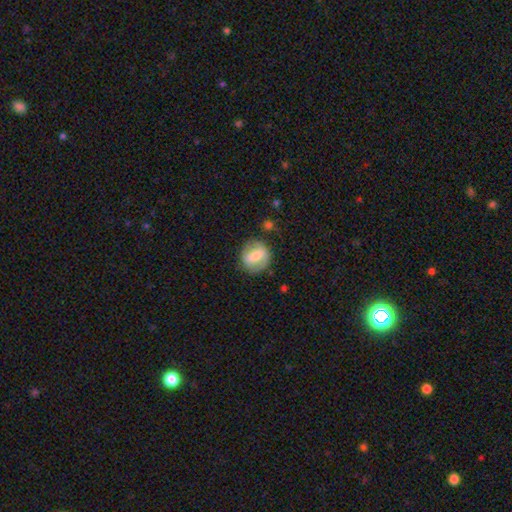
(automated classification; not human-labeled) smooth-or-featured: smooth: 56% | featured or disk: 37% | star or artifact: 7%
  how-rounded: round: 77% | in between: 21% | cigar-shaped: 1%
  merging: none: 76% | minor disturbance: 16% | major disturbance: 6% | merger: 2%